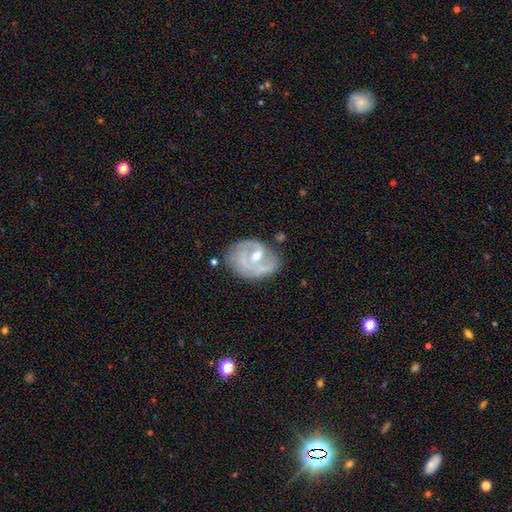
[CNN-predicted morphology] The model was most divided on "spiral winding": medium: 42%, tight: 38%, loose: 20%. Remaining: edge-on disk — no (97%); spiral arms — yes (83%); smooth or featured — featured or disk (78%); bulge size — moderate (61%); merging — none (56%); spiral arm count — 2 (53%); bar — weak (47%).